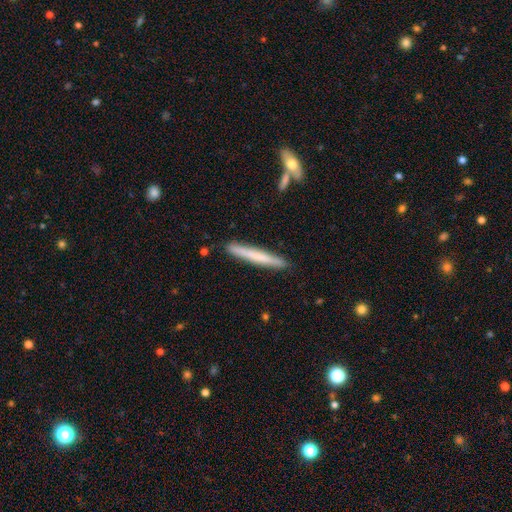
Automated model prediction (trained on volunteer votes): smooth 62%, featured or disk 33%, star or artifact 5%. Down the decision tree: how rounded — cigar-shaped (97%); merging — none (90%).